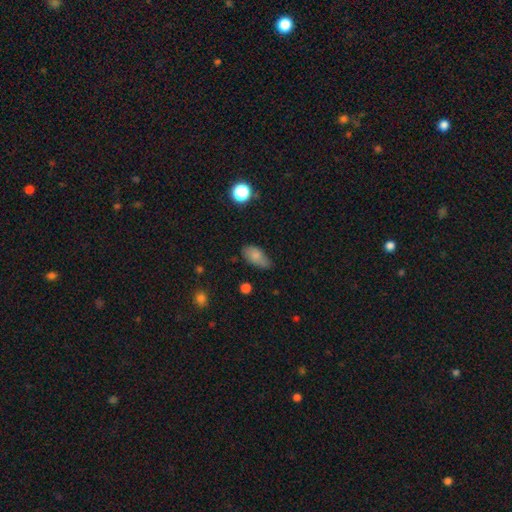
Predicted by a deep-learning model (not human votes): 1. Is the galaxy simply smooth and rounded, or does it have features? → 80% smooth, 11% featured or disk, 9% star or artifact.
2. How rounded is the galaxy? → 90% in between, 5% cigar-shaped, 5% round.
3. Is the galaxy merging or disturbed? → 60% none, 30% minor disturbance, 6% major disturbance, 3% merger.